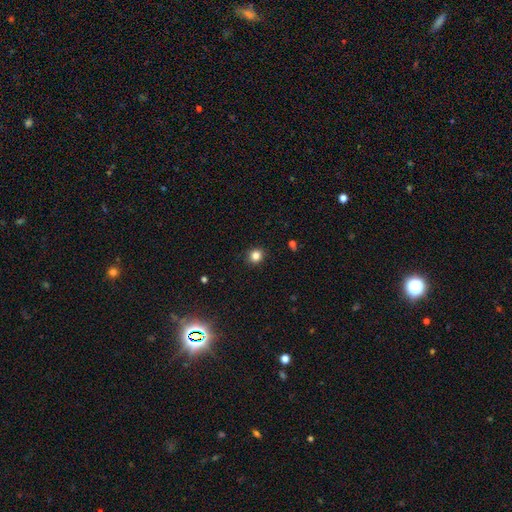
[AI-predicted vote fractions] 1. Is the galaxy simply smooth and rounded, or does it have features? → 84% smooth, 12% star or artifact, 4% featured or disk.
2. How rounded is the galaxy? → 84% round, 15% in between, 1% cigar-shaped.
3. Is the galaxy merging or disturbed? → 90% none, 7% minor disturbance, 2% major disturbance, 1% merger.